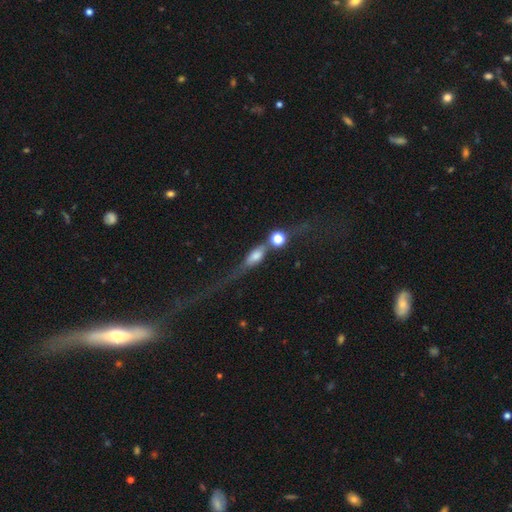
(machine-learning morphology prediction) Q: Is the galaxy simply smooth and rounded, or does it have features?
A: featured or disk — 46%.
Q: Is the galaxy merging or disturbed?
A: none — 39%.